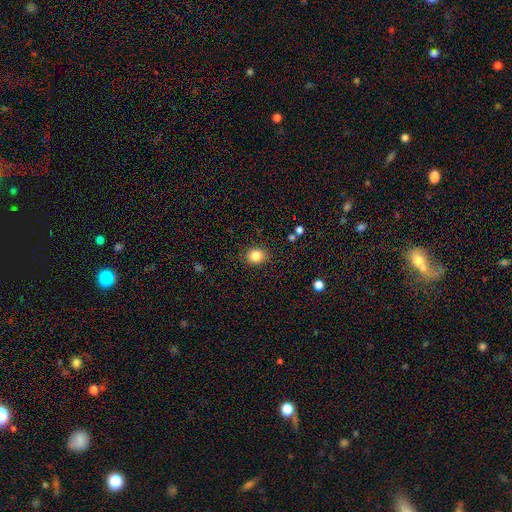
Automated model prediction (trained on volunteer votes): The model was most divided on "how rounded": round: 77%, in between: 23%, cigar-shaped: 1%. More confident: merging — none (88%); smooth or featured — smooth (84%).